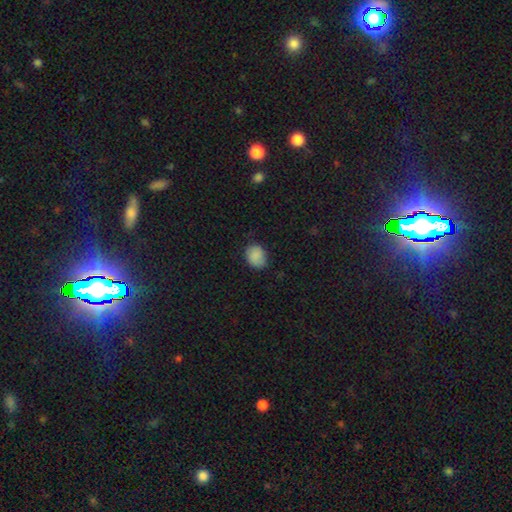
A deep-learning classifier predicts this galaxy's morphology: Smooth or featured? smooth (86%)
How rounded? round (51%)
Merging? none (75%)